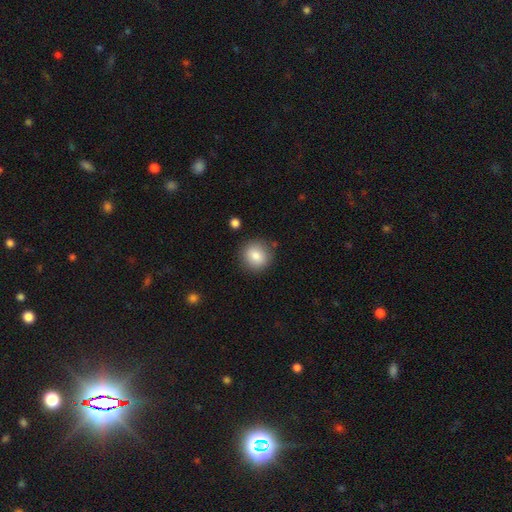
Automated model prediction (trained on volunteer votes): smooth_or_featured: smooth (p=0.83) [alt: star or artifact p=0.09]
how_rounded: round (p=0.87) [alt: in between p=0.12]
merging: none (p=0.86) [alt: minor disturbance p=0.09]